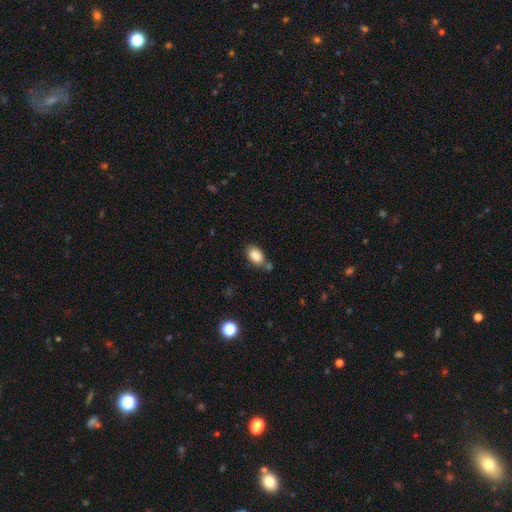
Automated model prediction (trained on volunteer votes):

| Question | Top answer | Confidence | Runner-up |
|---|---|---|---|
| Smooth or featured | smooth | 87% | star or artifact (8%) |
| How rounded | in between | 86% | round (12%) |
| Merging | none | 62% | minor disturbance (17%) |